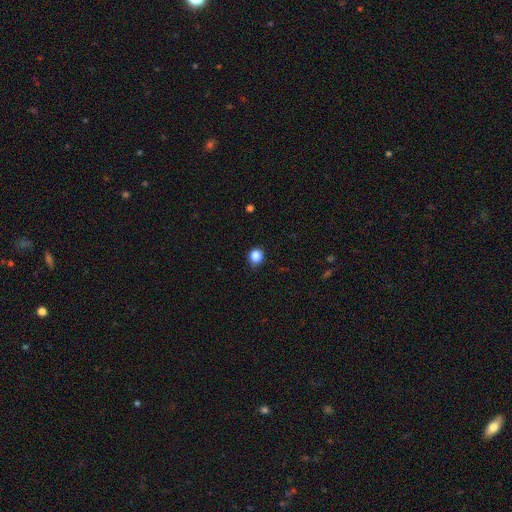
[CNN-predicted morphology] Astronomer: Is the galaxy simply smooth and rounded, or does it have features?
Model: smooth — 86%.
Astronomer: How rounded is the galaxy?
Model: round — 80%.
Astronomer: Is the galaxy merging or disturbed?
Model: none — 81%.